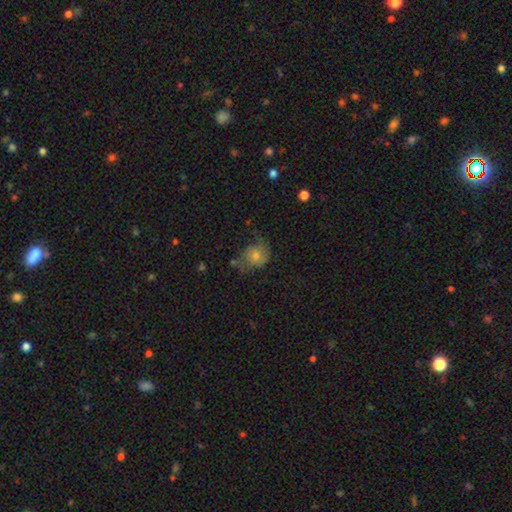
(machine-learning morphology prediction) Smooth or featured: smooth — 52% (featured or disk — 36%)
How rounded: round — 68% (in between — 31%)
Merging: none — 49% (minor disturbance — 29%)